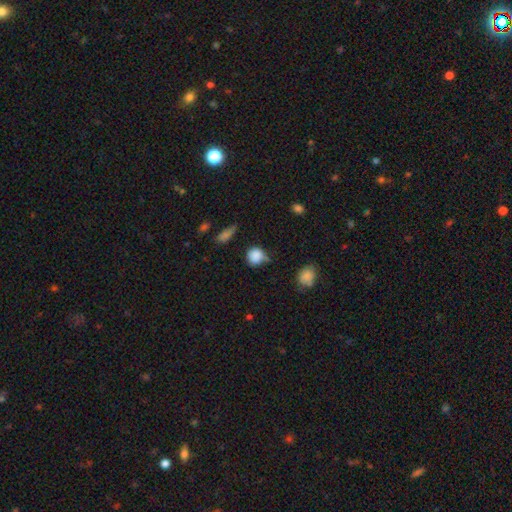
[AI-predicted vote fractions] Q: Smooth or featured?
A: smooth (83%); runner-up: star or artifact (11%)
Q: How rounded?
A: round (86%); runner-up: in between (12%)
Q: Merging?
A: none (63%); runner-up: minor disturbance (25%)